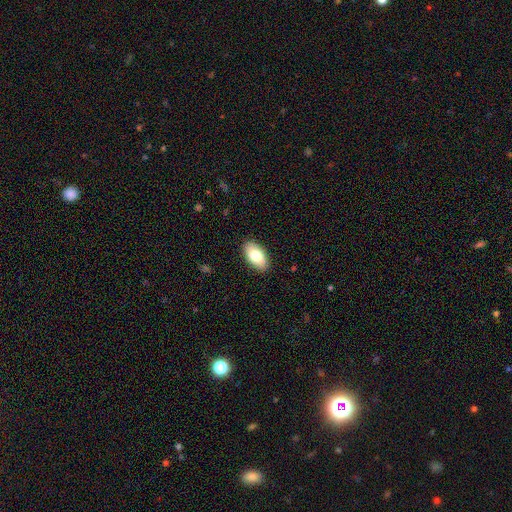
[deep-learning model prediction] Smooth or featured: smooth — 78% (featured or disk — 16%)
How rounded: in between — 95% (round — 3%)
Merging: none — 89% (minor disturbance — 8%)